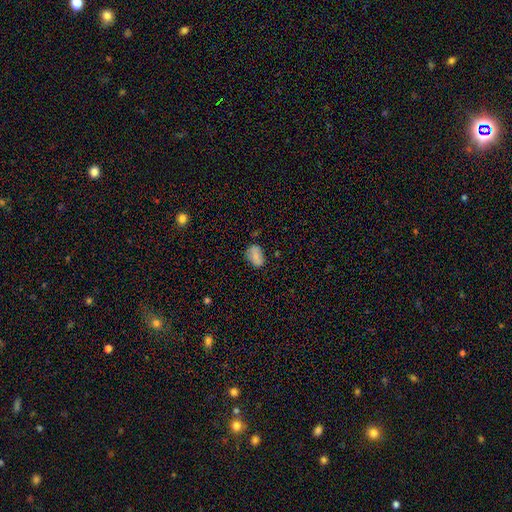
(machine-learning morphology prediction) smooth 74%, featured or disk 17%, star or artifact 9%. Down the decision tree: how rounded — in between (82%); merging — none (74%).